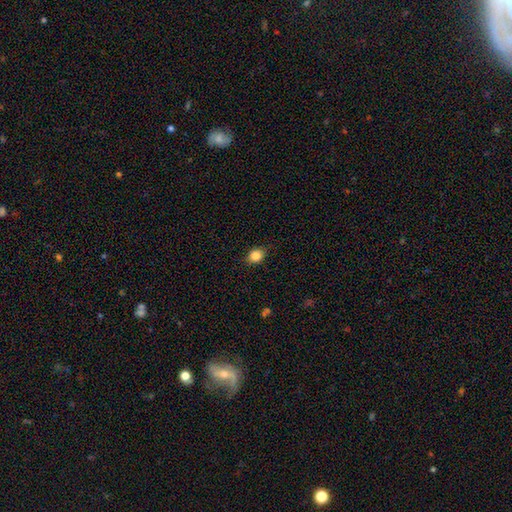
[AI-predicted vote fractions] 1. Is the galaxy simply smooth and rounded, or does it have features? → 85% smooth, 10% star or artifact, 6% featured or disk.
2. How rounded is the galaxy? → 57% round, 42% in between, 1% cigar-shaped.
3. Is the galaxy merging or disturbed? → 85% none, 11% minor disturbance, 2% major disturbance, 1% merger.